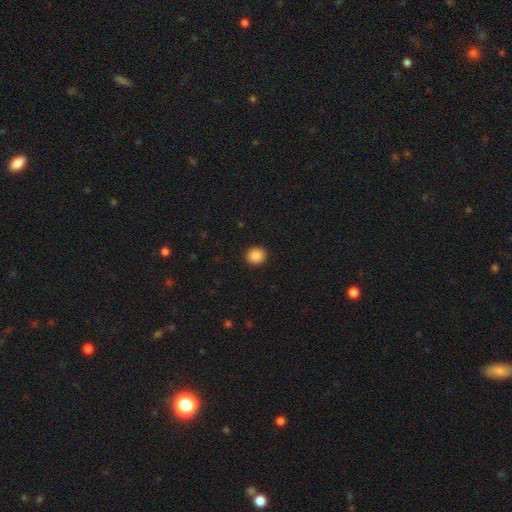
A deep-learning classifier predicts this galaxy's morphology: type=smooth (88%); roundness=round (86%); merging=none (92%).